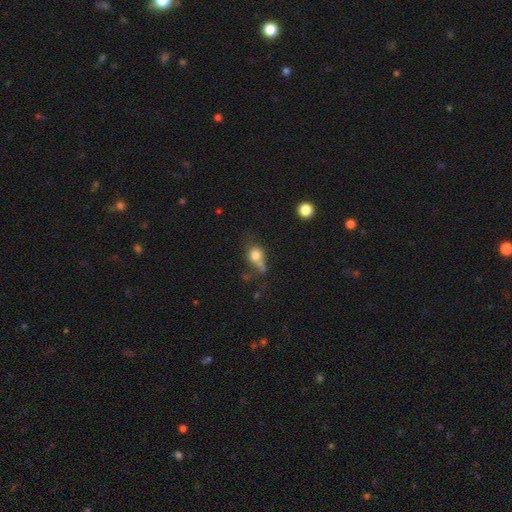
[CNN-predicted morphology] Smooth or featured? Predicted: smooth (p=0.75). How rounded? Predicted: round (p=0.58). Merging? Predicted: none (p=0.39).